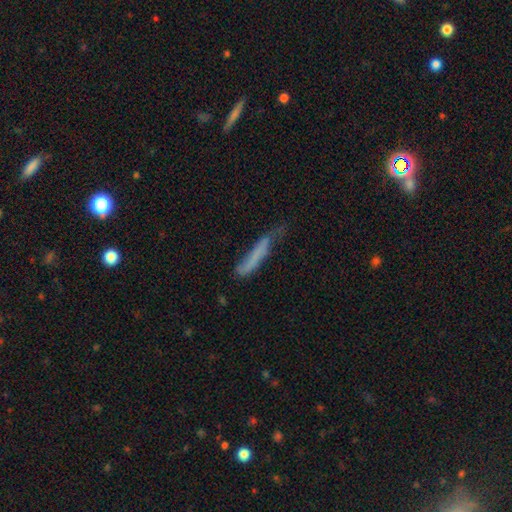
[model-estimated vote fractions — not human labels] This appears to be a smooth galaxy with no disk features (60%) that is cigar-shaped (89%). Merging: none (40%).